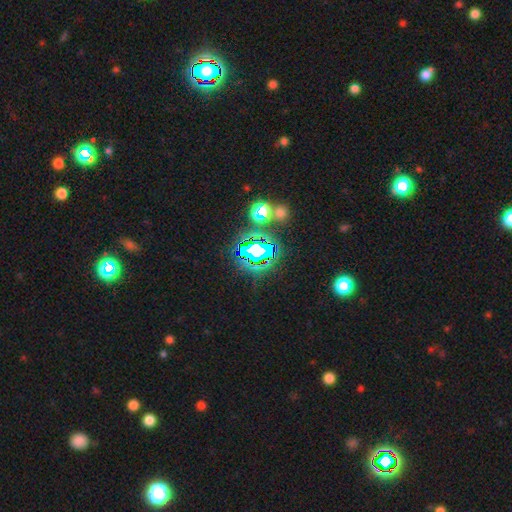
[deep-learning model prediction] Smooth or featured: star or artifact — 73% (smooth — 15%)